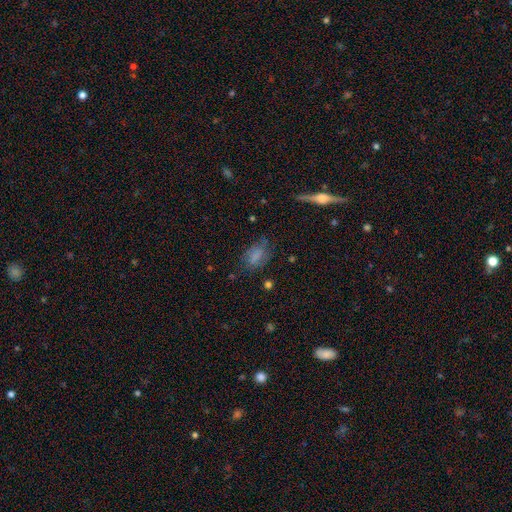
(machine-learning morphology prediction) A smooth galaxy with no disk features (72%) that is in between round and cigar-shaped (84%). Merging: none (59%).